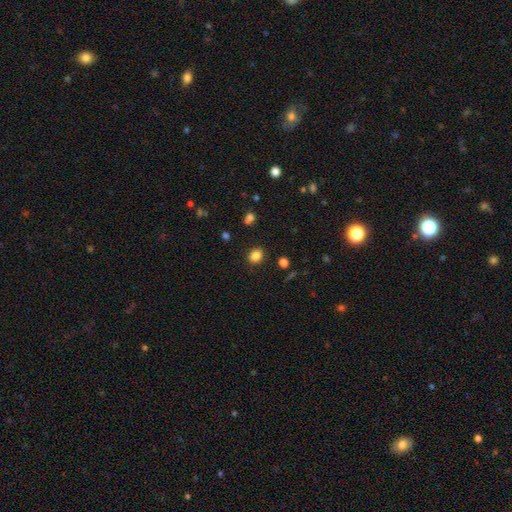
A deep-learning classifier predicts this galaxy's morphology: Smooth or featured?
  - smooth: 84% *
  - star or artifact: 11%
  - featured or disk: 4%
How rounded?
  - round: 61% *
  - in between: 38%
  - cigar-shaped: 1%
Merging?
  - none: 88% *
  - minor disturbance: 8%
  - major disturbance: 2%
  - merger: 2%